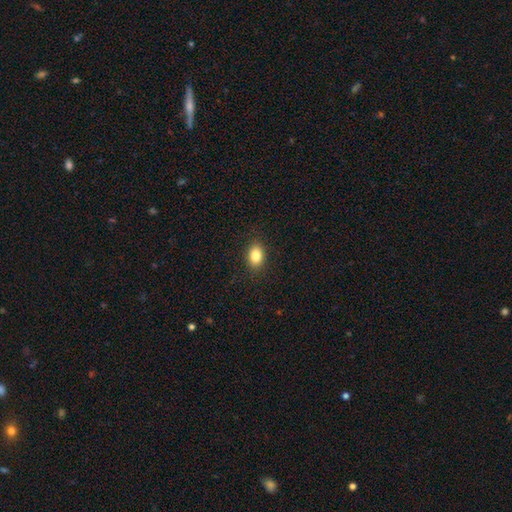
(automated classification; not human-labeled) This is clearly a smooth galaxy (85%). How rounded: likely in between (79%). Merging: clearly none (88%).